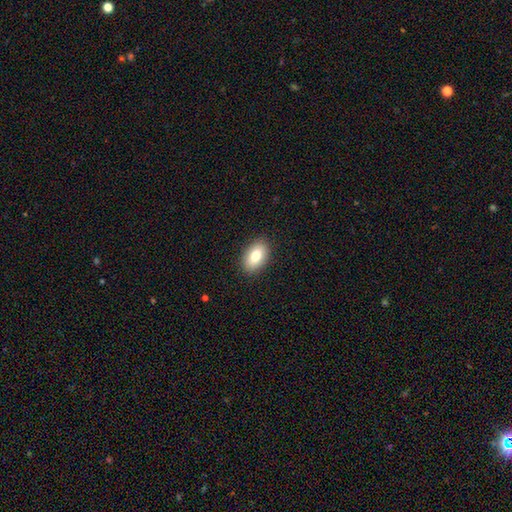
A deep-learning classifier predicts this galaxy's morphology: Smooth or featured?
  - smooth: 80% *
  - featured or disk: 12%
  - star or artifact: 8%
How rounded?
  - in between: 90% *
  - round: 8%
  - cigar-shaped: 2%
Merging?
  - none: 89% *
  - minor disturbance: 8%
  - major disturbance: 2%
  - merger: 1%